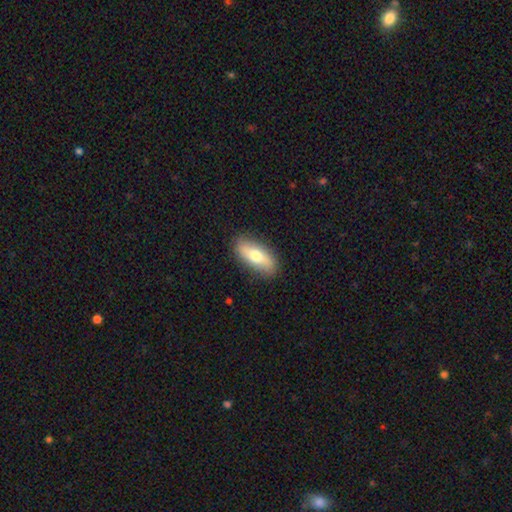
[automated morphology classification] smooth 67%, featured or disk 27%, star or artifact 6%. Down the decision tree: how rounded — in between (80%); merging — none (87%).